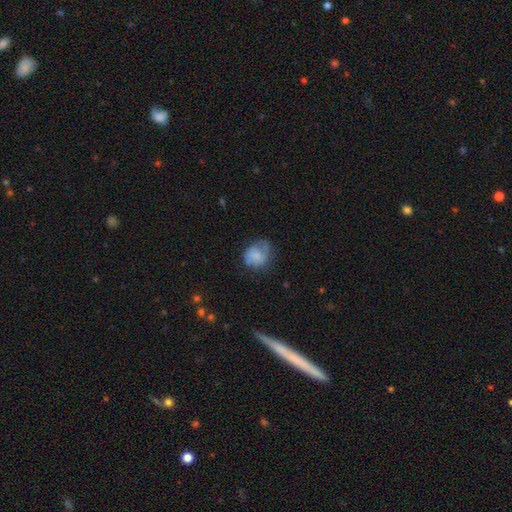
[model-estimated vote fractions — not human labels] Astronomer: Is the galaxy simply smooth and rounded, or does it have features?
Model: smooth — 62%.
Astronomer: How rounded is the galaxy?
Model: round — 67%.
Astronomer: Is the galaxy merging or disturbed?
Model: none — 49% (runner-up: minor disturbance, 29%).